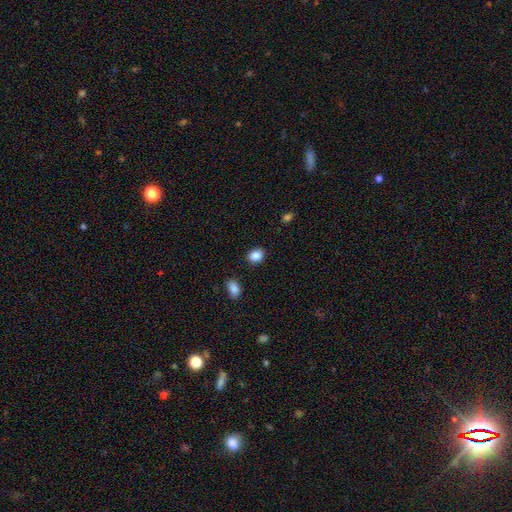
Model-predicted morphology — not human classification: type=smooth (87%); roundness=in between (60%); merging=none (86%).